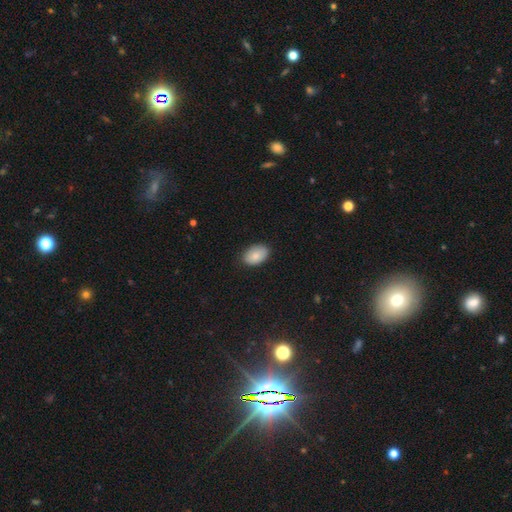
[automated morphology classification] Smooth or featured? smooth (85%)
How rounded? in between (90%)
Merging? none (85%)